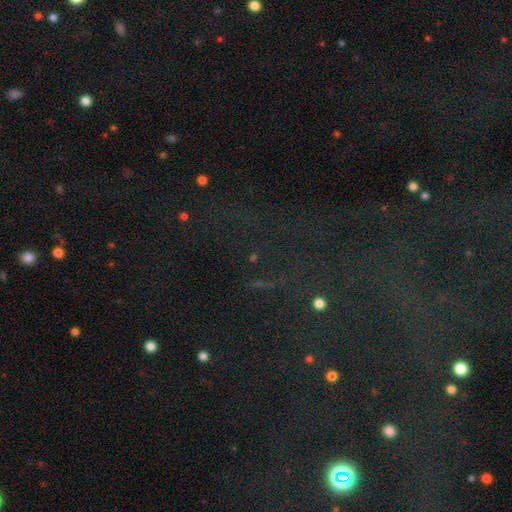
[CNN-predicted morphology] This appears to be a star or artifact, not a galaxy (78%).